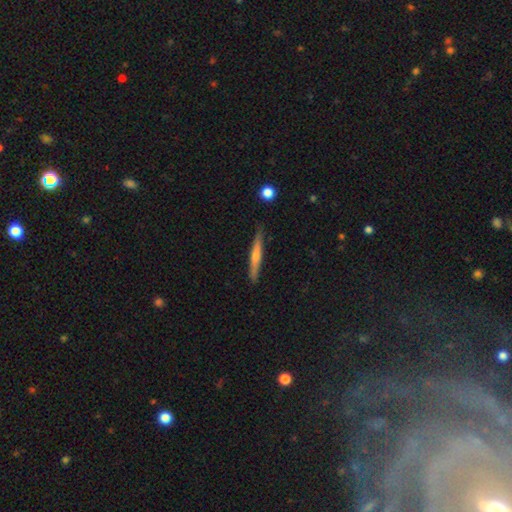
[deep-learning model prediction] A featured or disk galaxy (59%) viewed edge-on (97%) with a rounded central bulge (69%). Merging: none (89%).